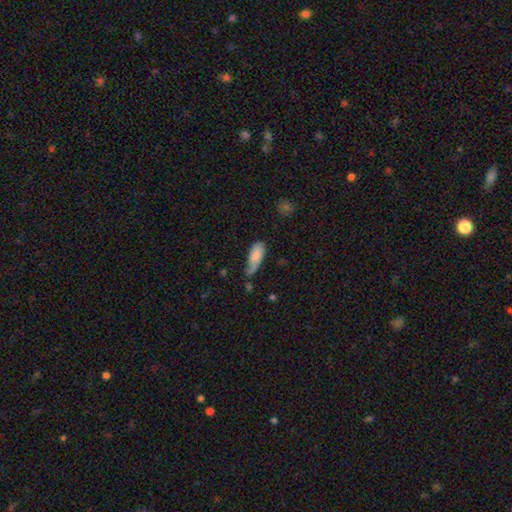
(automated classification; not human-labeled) Smooth or featured? smooth (79%)
How rounded? in between (78%)
Merging? minor disturbance (41%)